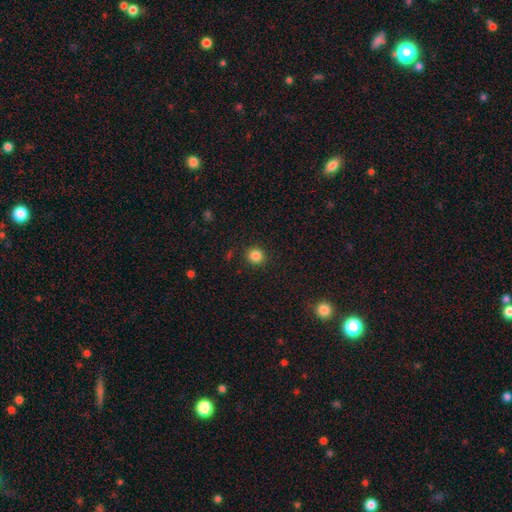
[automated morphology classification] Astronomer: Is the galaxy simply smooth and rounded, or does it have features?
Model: smooth — 85%.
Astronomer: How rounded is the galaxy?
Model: round — 93%.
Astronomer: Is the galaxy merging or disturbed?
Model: none — 91%.